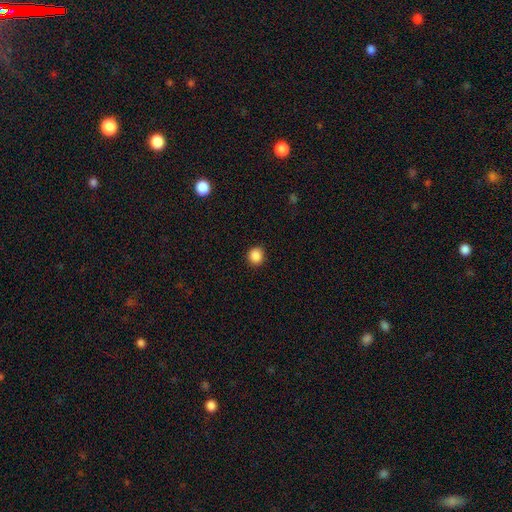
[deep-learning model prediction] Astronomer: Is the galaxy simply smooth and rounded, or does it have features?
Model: smooth — 88%.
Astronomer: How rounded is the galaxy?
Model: round — 87%.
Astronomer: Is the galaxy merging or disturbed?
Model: none — 91%.